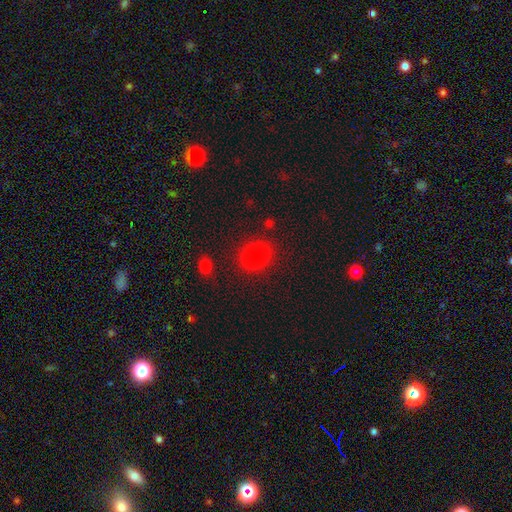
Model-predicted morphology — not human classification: Smooth or featured?
  - smooth: 83% *
  - star or artifact: 12%
  - featured or disk: 5%
How rounded?
  - round: 58% *
  - in between: 40%
  - cigar-shaped: 1%
Merging?
  - none: 84% *
  - minor disturbance: 10%
  - major disturbance: 4%
  - merger: 3%